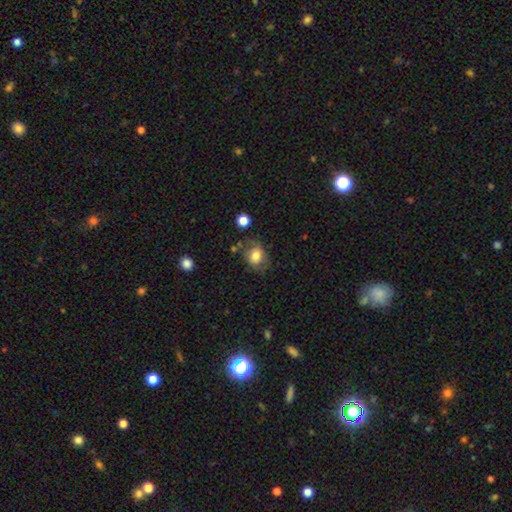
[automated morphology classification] Smooth or featured? smooth (77%)
How rounded? round (52%)
Merging? none (63%)